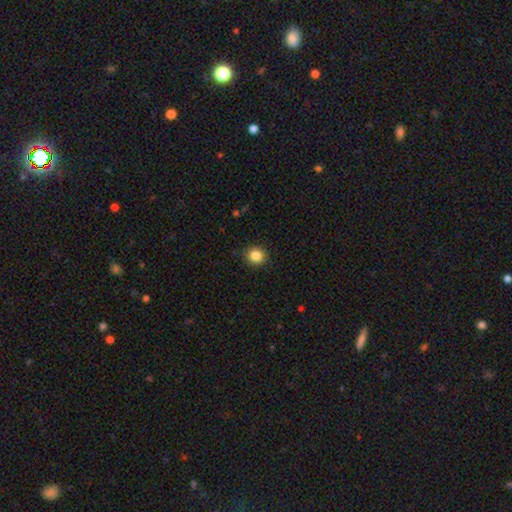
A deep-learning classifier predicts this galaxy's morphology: Smooth or featured? smooth (85%)
How rounded? round (91%)
Merging? none (92%)